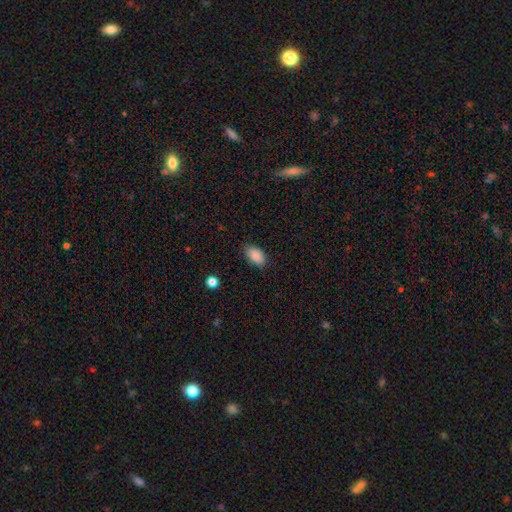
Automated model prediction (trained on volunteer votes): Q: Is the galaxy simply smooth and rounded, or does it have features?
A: smooth — 88%.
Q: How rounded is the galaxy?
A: in between — 93%.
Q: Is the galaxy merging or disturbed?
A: none — 85%.